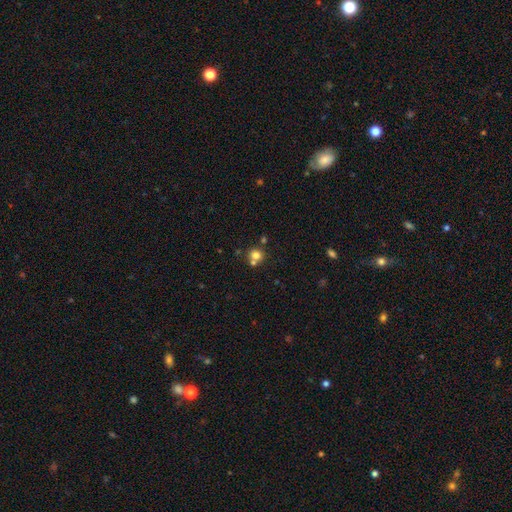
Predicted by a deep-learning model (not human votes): This is likely a smooth galaxy (76%). How rounded: clearly round (88%). Merging: possibly none (59%).